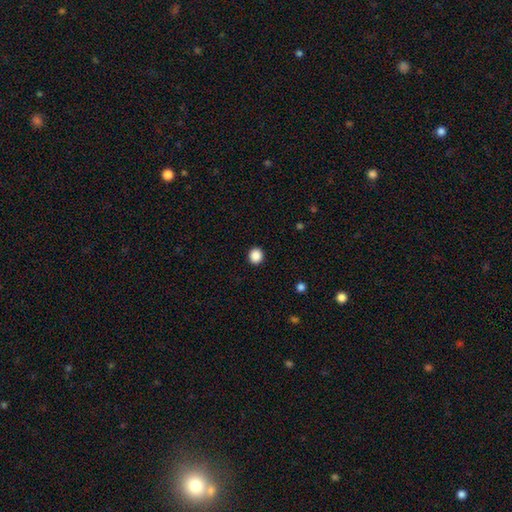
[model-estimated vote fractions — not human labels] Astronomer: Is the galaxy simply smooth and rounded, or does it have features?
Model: smooth — 88%.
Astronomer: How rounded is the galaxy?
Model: round — 88%.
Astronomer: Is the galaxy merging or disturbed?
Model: none — 93%.